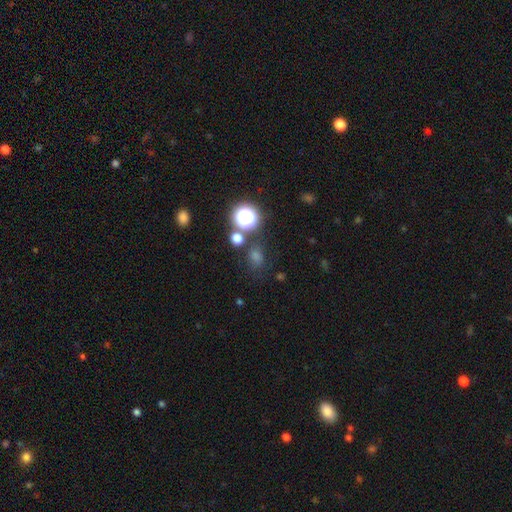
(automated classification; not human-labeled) smooth 52%, star or artifact 40%, featured or disk 8%. Down the decision tree: how rounded — round (72%); merging — none (73%).